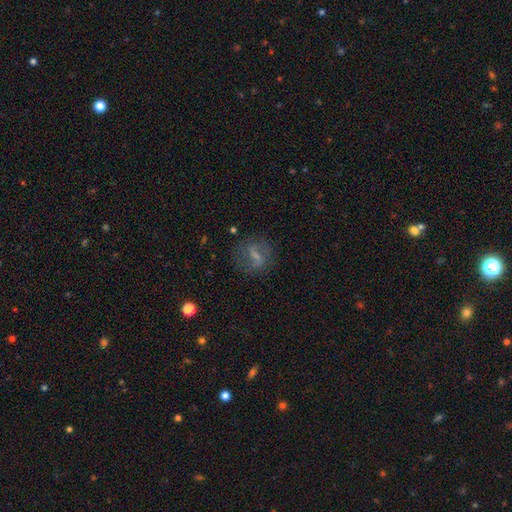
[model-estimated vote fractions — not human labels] Overall: featured or disk (60%; smooth 29%). Edge-on disk: no (94%). Bar: weak (43%; strong 40%). Spiral arms: yes (70%; no 30%). Bulge size: small (44%; none 34%). Merging: none (73%).